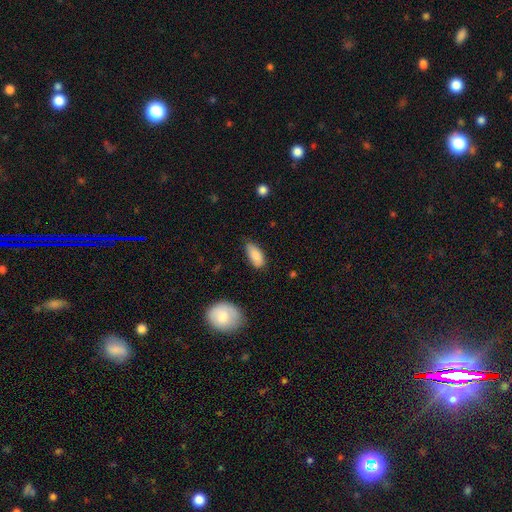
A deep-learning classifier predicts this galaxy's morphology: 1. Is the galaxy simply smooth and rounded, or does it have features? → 86% smooth, 8% featured or disk, 7% star or artifact.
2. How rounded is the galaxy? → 89% in between, 9% cigar-shaped, 2% round.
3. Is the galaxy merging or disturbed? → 66% none, 27% minor disturbance, 4% major disturbance, 2% merger.